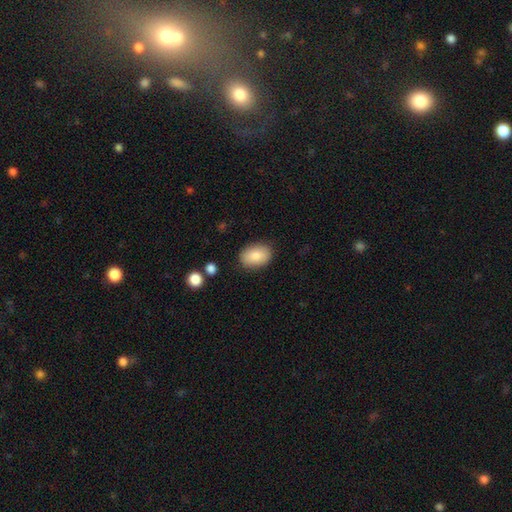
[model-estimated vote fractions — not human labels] The model was most divided on "how rounded": in between: 85%, round: 14%, cigar-shaped: 1%. More confident: merging — none (86%); smooth or featured — smooth (84%).